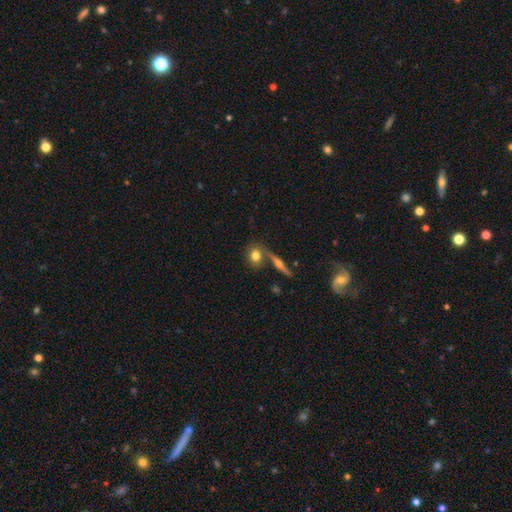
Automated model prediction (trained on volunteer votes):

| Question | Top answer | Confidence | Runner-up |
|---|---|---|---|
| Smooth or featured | smooth | 70% | featured or disk (20%) |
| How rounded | round | 61% | in between (33%) |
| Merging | none | 61% | merger (24%) |